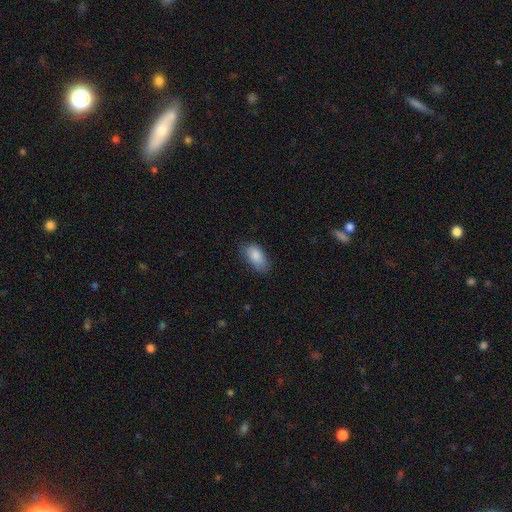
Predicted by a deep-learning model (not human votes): Smooth or featured? smooth (86%)
How rounded? in between (92%)
Merging? none (70%)